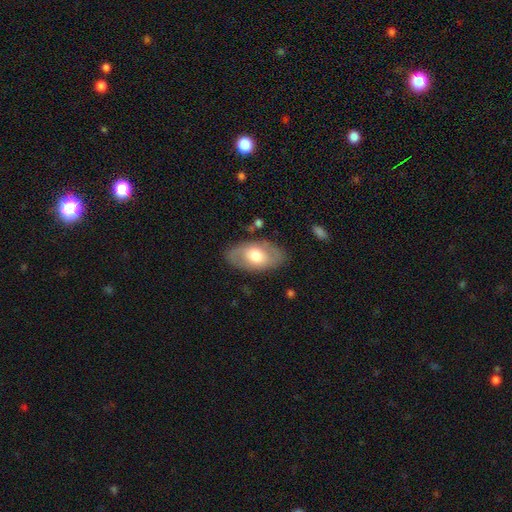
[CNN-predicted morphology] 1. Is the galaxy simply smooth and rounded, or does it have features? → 53% smooth, 41% featured or disk, 5% star or artifact.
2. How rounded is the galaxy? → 92% in between, 6% round, 2% cigar-shaped.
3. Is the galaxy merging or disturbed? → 80% none, 14% minor disturbance, 5% major disturbance, 2% merger.